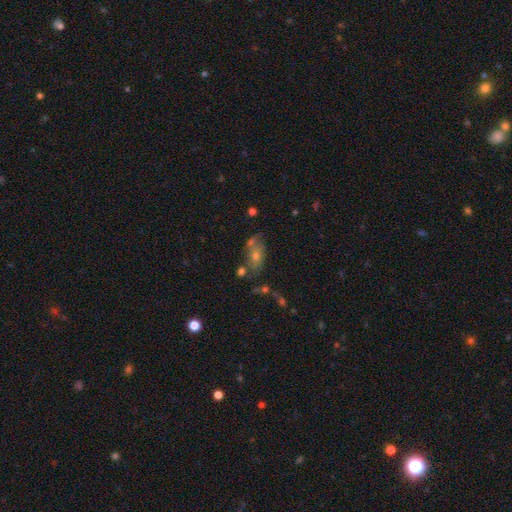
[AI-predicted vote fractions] A smooth galaxy with no disk features (50%). Merging: none (50%).